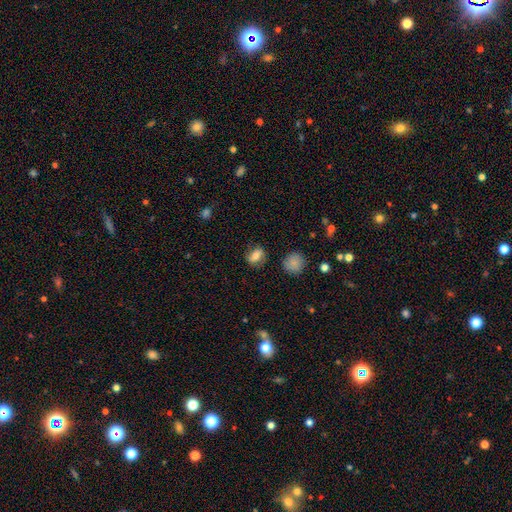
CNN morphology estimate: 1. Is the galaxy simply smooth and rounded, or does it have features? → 68% smooth, 22% featured or disk, 10% star or artifact.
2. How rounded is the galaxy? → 61% in between, 36% round, 3% cigar-shaped.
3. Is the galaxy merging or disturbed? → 77% none, 16% minor disturbance, 5% major disturbance, 2% merger.